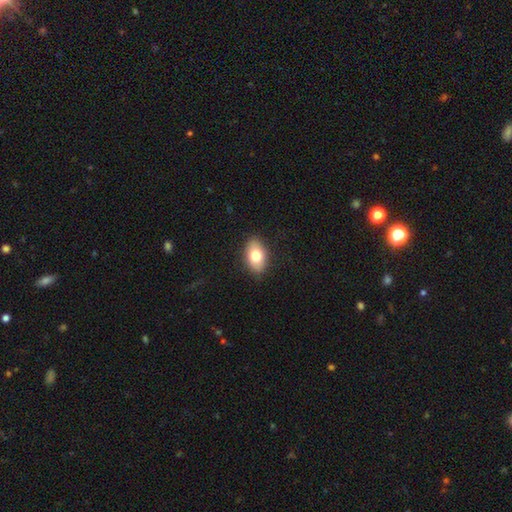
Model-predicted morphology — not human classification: smooth 76%, featured or disk 16%, star or artifact 7%. Down the decision tree: how rounded — in between (89%); merging — none (87%).